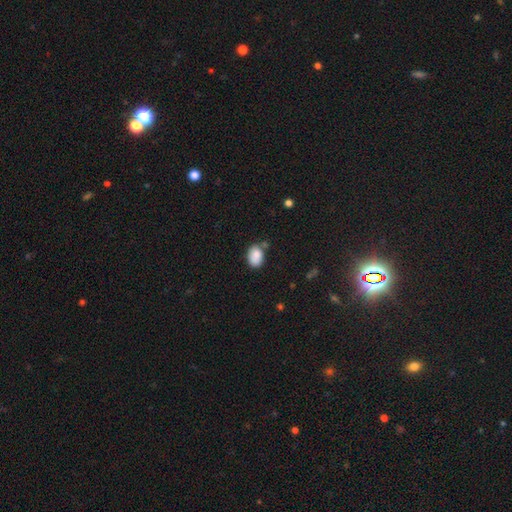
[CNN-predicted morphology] This is clearly a smooth galaxy (86%). How rounded: clearly in between (81%). Merging: likely none (65%).